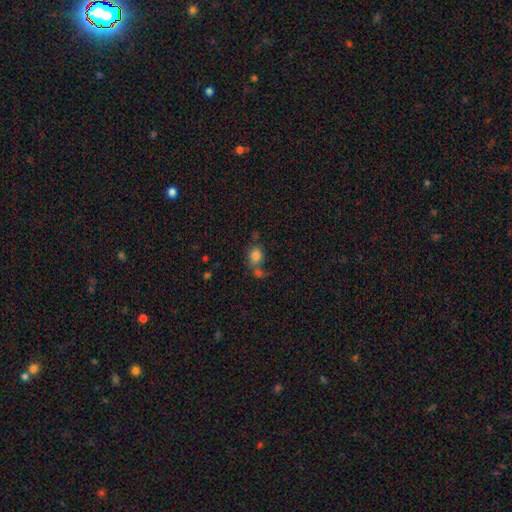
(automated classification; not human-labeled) Morphology: type=smooth (81%); roundness=round (56%); merging=none (42%).